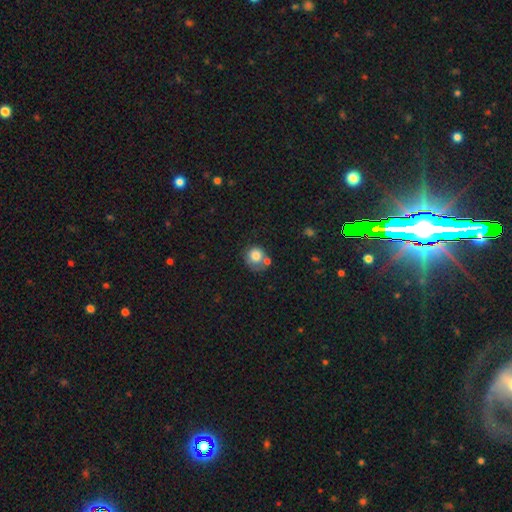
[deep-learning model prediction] This appears to be a smooth galaxy with no disk features (78%) that is round (85%). Merging: none (47%).